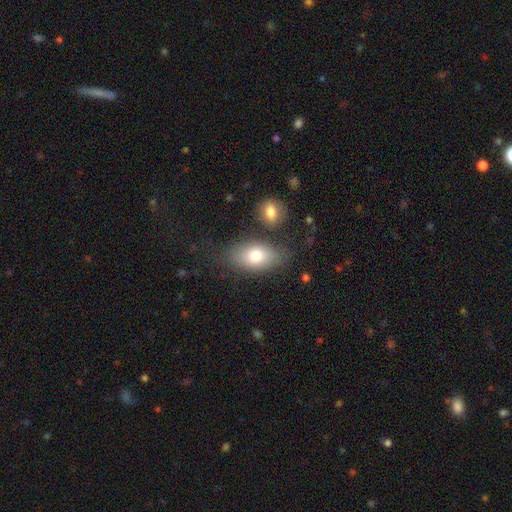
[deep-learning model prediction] Smooth or featured? Predicted: smooth (p=0.76). How rounded? Predicted: in between (p=0.86). Merging? Predicted: none (p=0.69).